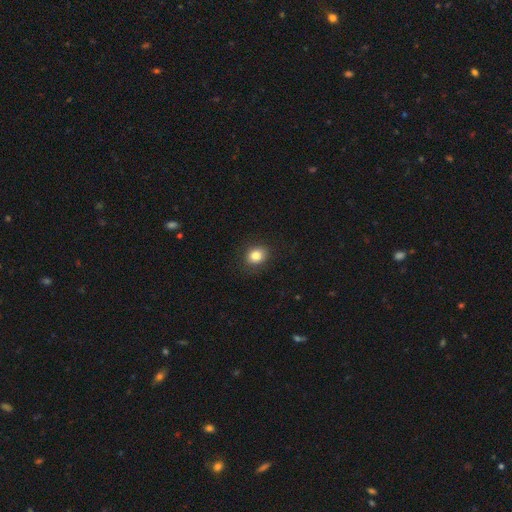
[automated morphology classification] This appears to be a smooth galaxy with no disk features (82%) that is round (60%). Merging: none (86%).